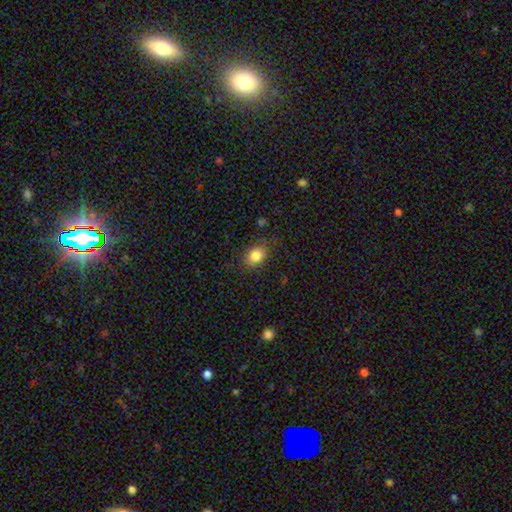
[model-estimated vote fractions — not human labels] Q: Smooth or featured?
A: smooth (83%); runner-up: star or artifact (10%)
Q: How rounded?
A: in between (57%); runner-up: round (42%)
Q: Merging?
A: none (81%); runner-up: minor disturbance (14%)